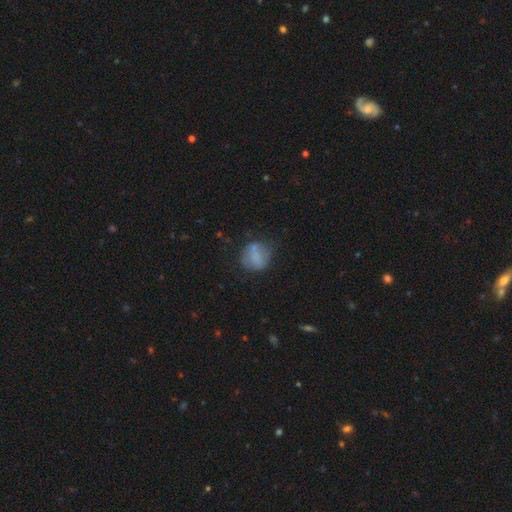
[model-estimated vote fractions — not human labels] This appears to be a smooth galaxy with no disk features (69%) that is round (74%). Merging: none (56%).